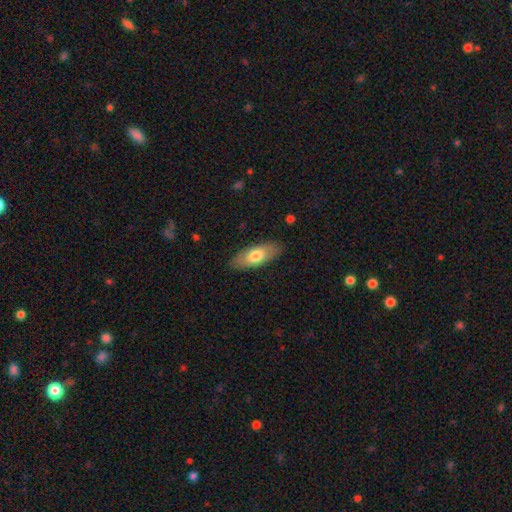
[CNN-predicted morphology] Smooth or featured: smooth — 69% (featured or disk — 26%)
How rounded: in between — 83% (cigar-shaped — 14%)
Merging: none — 86% (minor disturbance — 11%)